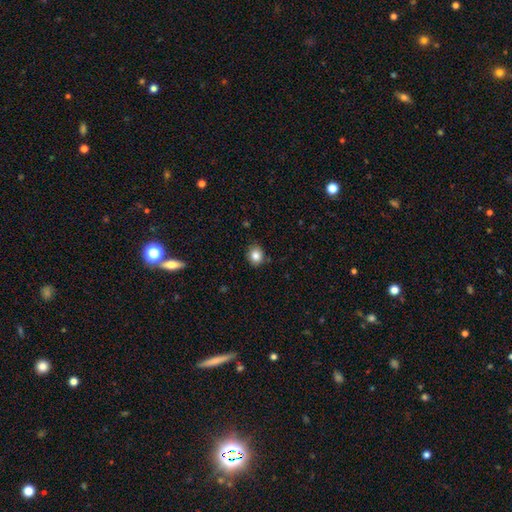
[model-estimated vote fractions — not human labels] This appears to be a smooth galaxy with no disk features (84%) that is round (67%). Merging: none (85%).